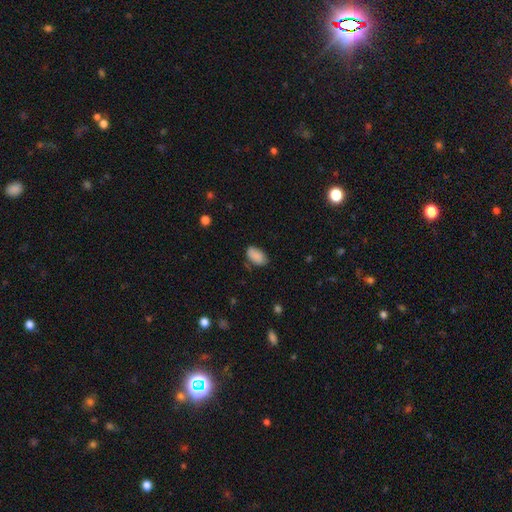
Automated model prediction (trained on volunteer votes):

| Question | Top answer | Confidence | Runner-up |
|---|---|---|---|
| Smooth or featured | smooth | 88% | star or artifact (8%) |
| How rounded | in between | 94% | round (5%) |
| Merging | none | 72% | minor disturbance (21%) |